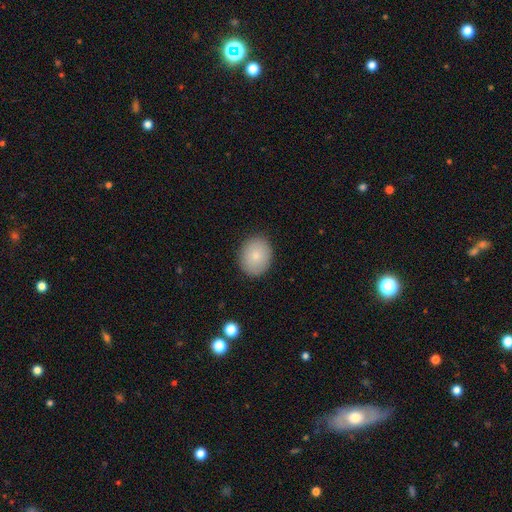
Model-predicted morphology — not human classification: type=smooth (82%); roundness=round (50%); merging=none (87%).